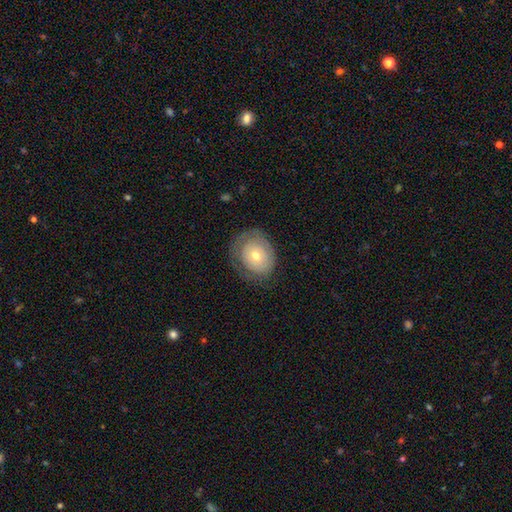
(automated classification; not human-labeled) Smooth or featured: smooth — 47% (featured or disk — 46%)
Merging: none — 67% (minor disturbance — 20%)